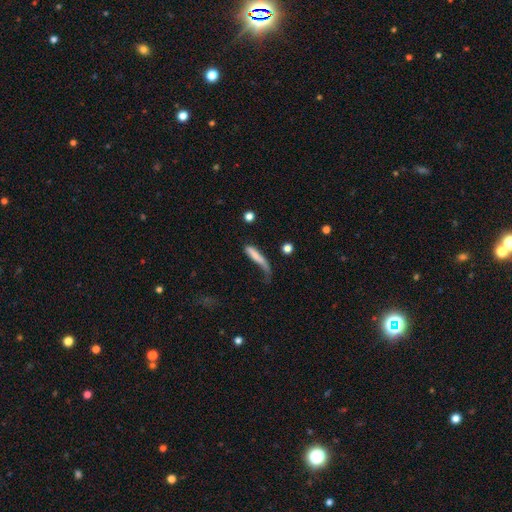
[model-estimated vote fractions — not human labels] A smooth galaxy with no disk features (68%) that is cigar-shaped (79%). Merging: major disturbance (42%).